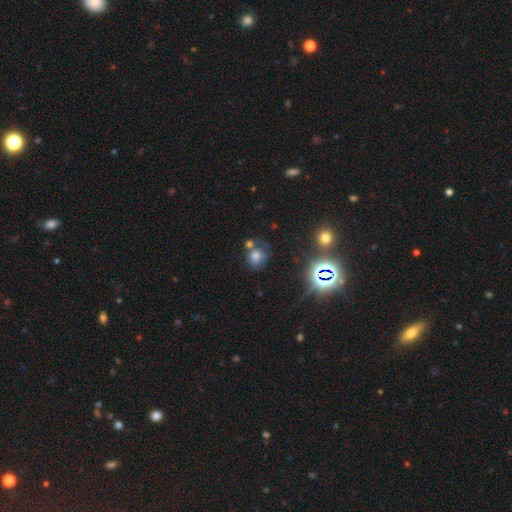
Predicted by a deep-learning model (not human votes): smooth_or_featured: smooth (p=0.66) [alt: star or artifact p=0.21]
how_rounded: round (p=0.74) [alt: in between p=0.25]
merging: none (p=0.51) [alt: merger p=0.23]